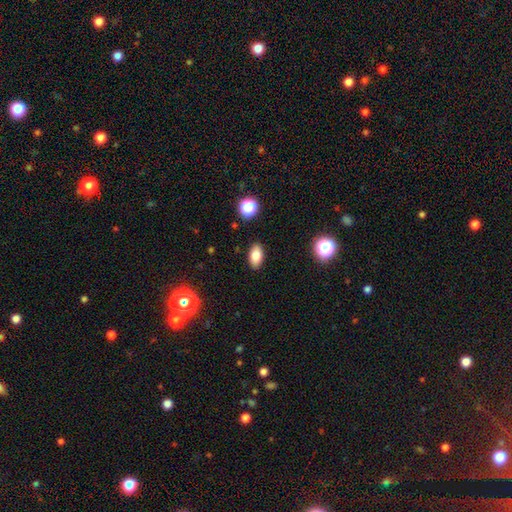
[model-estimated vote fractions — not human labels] Smooth or featured: smooth — 80% (featured or disk — 10%)
How rounded: in between — 90% (round — 6%)
Merging: none — 88% (minor disturbance — 8%)